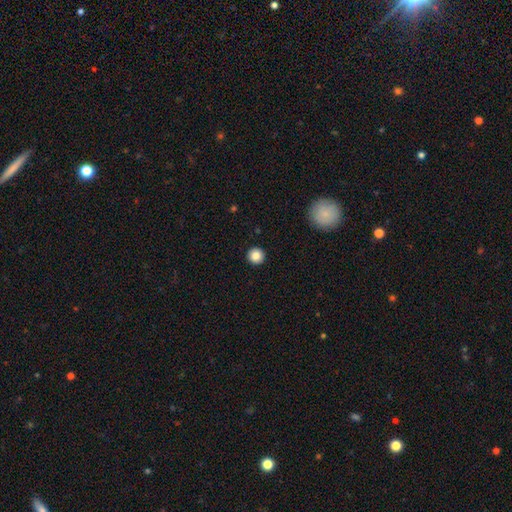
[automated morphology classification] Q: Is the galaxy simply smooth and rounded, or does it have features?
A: smooth — 85%.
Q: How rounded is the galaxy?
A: round — 96%.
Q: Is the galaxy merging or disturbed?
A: none — 94%.